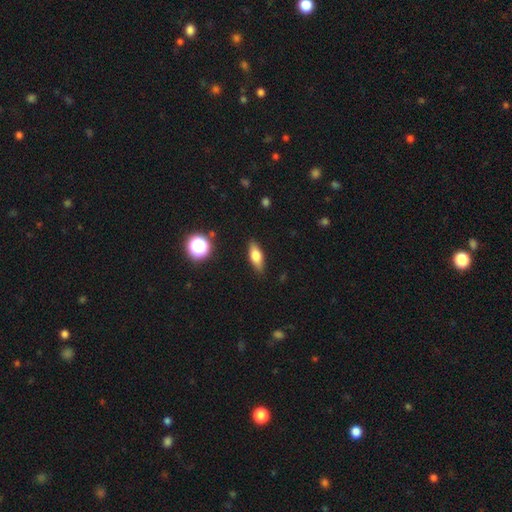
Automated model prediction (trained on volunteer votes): This is likely a smooth galaxy (67%). How rounded: likely in between (66%). Merging: clearly none (86%).